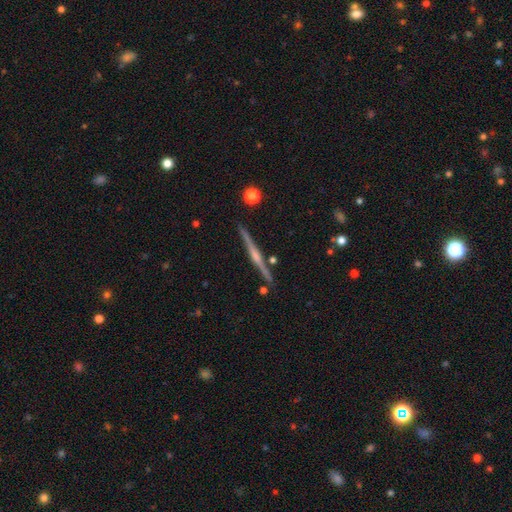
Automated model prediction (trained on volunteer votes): Overall: featured or disk (80%). Edge-on disk: yes (98%). Edge-on bulge: rounded (71%). Merging: none (90%).